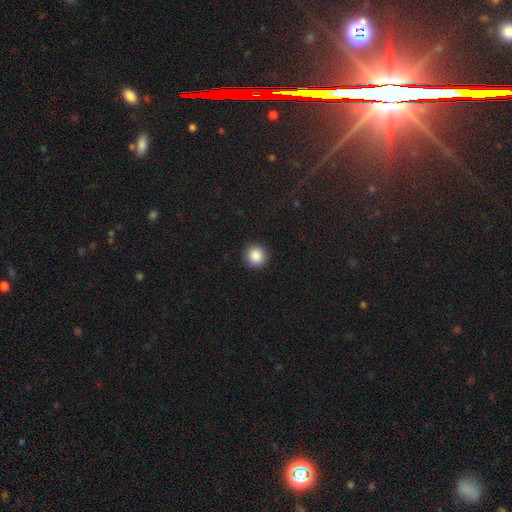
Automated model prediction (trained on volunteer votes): Smooth or featured? smooth (88%)
How rounded? round (93%)
Merging? none (93%)